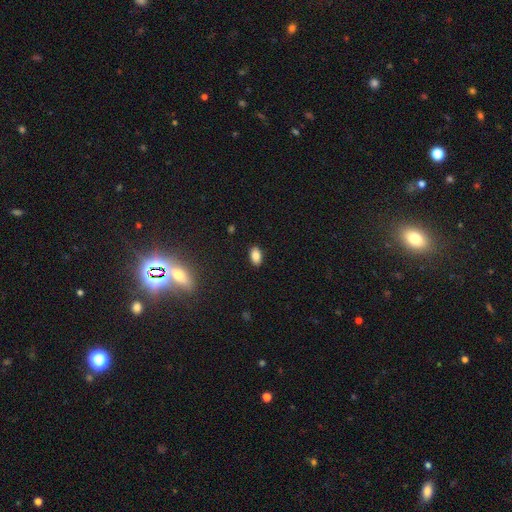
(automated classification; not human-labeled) smooth 85%, star or artifact 10%, featured or disk 5%. Down the decision tree: how rounded — in between (91%); merging — none (89%).